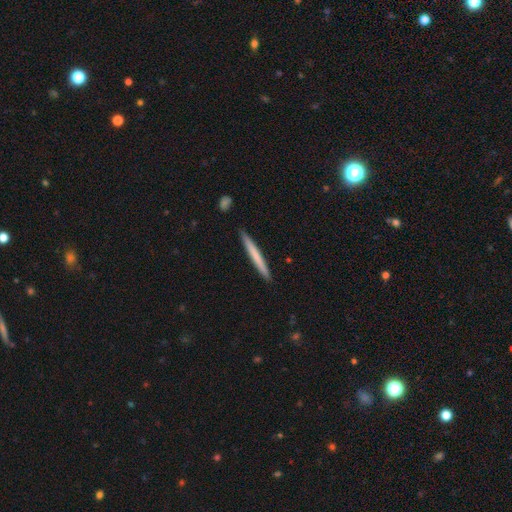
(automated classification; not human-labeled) Overall: smooth (64%; featured or disk 31%). How rounded: cigar-shaped (97%). Merging: none (92%).